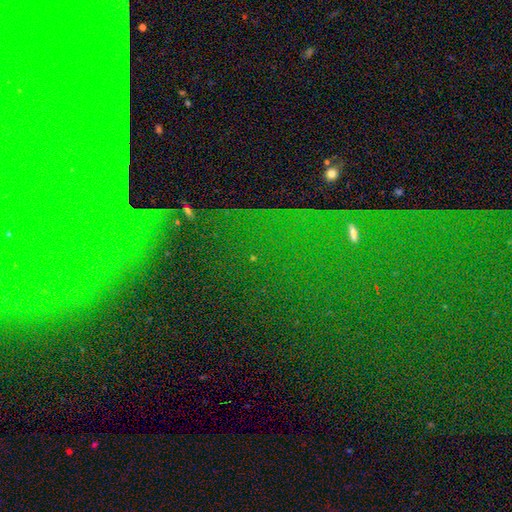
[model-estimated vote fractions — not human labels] This appears to be a star or artifact, not a galaxy (77%).